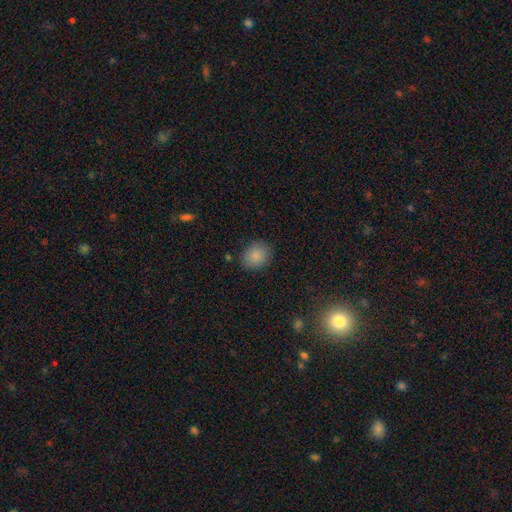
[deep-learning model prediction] Q: Smooth or featured?
A: smooth (87%); runner-up: star or artifact (9%)
Q: How rounded?
A: round (67%); runner-up: in between (32%)
Q: Merging?
A: none (85%); runner-up: minor disturbance (11%)